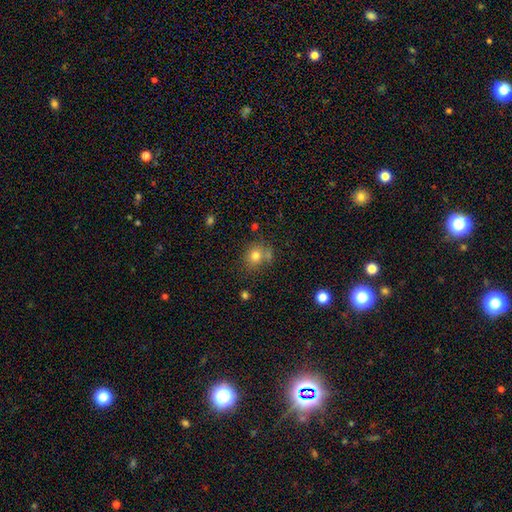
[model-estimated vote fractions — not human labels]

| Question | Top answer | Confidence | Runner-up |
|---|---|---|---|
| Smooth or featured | smooth | 78% | star or artifact (12%) |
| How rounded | round | 74% | in between (26%) |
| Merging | none | 64% | merger (17%) |